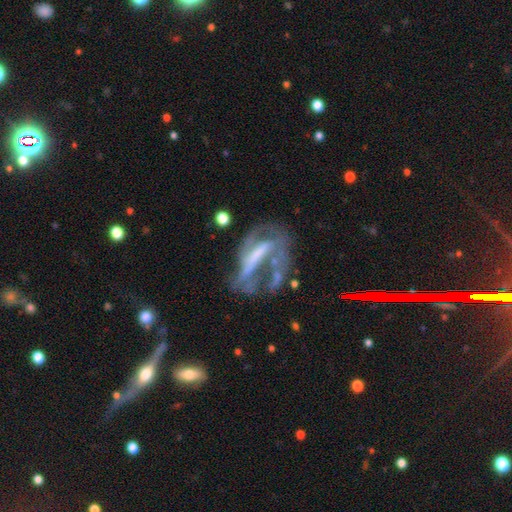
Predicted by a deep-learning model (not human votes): This is likely a featured or disk galaxy (71%). It is clearly not viewed edge-on (89%). Bar: possibly strong (51%). Spiral arm pattern: possibly yes (53%). Central bulge: possibly none (49%). Merging: marginally major disturbance (41%).